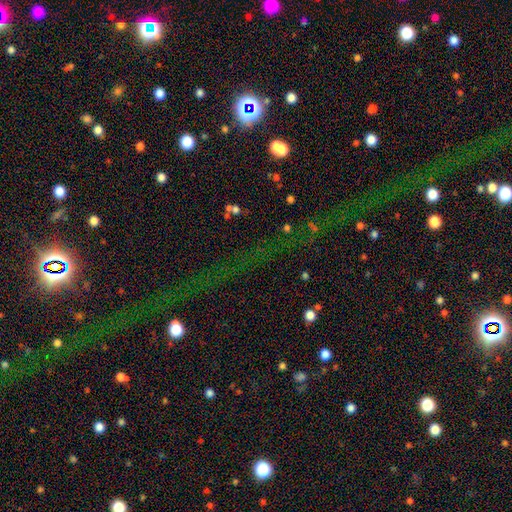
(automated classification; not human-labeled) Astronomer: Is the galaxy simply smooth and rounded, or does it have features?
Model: star or artifact — 79%.